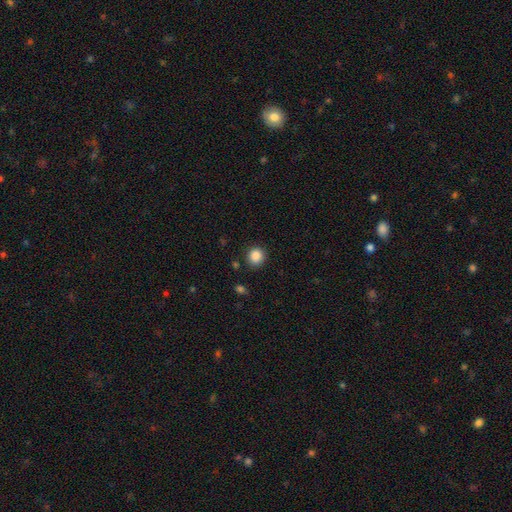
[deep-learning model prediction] This is clearly a smooth galaxy (87%). How rounded: clearly round (89%). Merging: clearly none (88%).